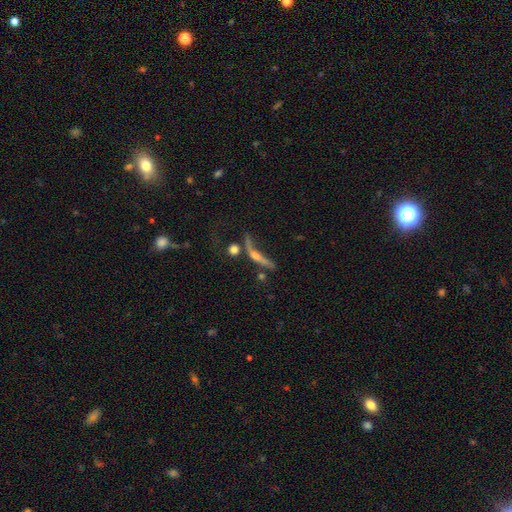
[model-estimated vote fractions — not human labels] This is likely a featured or disk galaxy (61%). It is likely viewed edge-on (76%). Merging: marginally none (41%).